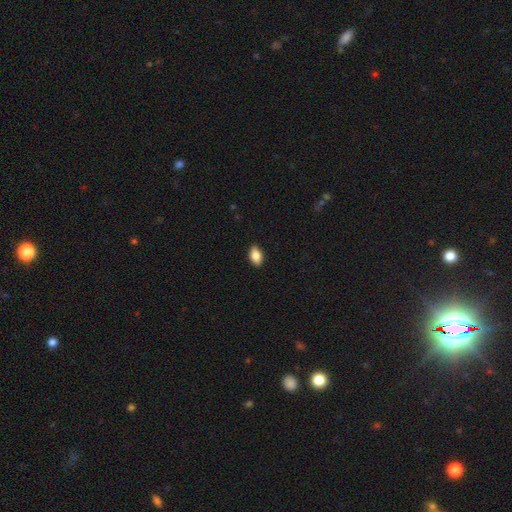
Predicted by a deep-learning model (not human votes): Morphology: type=smooth (86%); roundness=in between (91%); merging=none (89%).